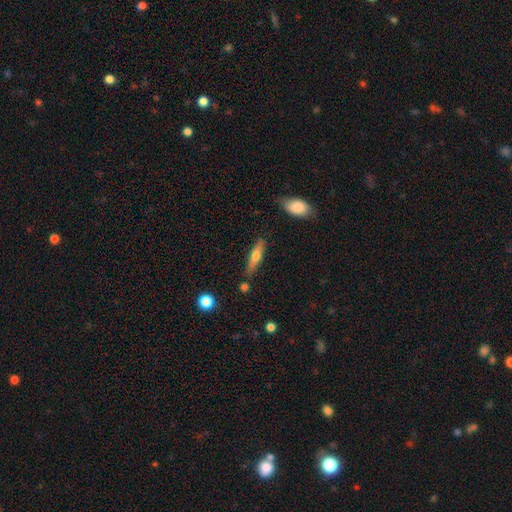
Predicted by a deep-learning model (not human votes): This is possibly a smooth galaxy (54%). How rounded: likely cigar-shaped (75%). Merging: clearly none (80%).